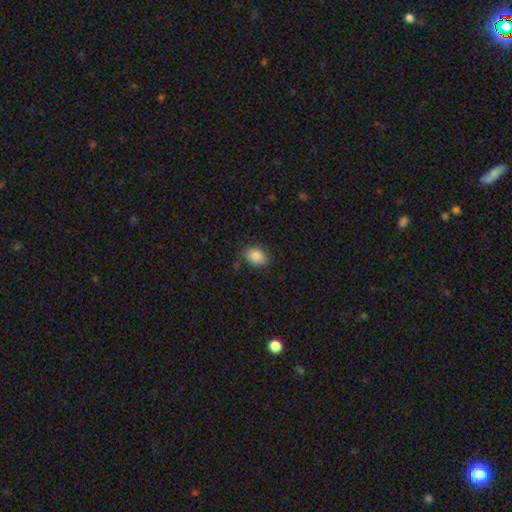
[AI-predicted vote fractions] Smooth or featured?
  - smooth: 87% *
  - star or artifact: 8%
  - featured or disk: 4%
How rounded?
  - in between: 67% *
  - round: 32%
  - cigar-shaped: 1%
Merging?
  - none: 81% *
  - minor disturbance: 14%
  - major disturbance: 3%
  - merger: 2%